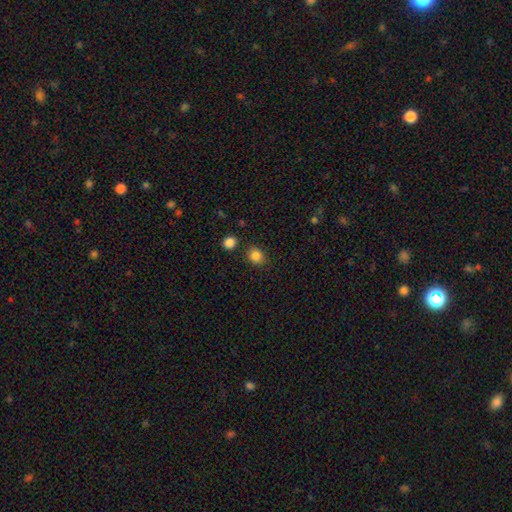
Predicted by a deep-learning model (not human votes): Smooth or featured? Predicted: smooth (p=0.85). How rounded? Predicted: round (p=0.64). Merging? Predicted: none (p=0.82).